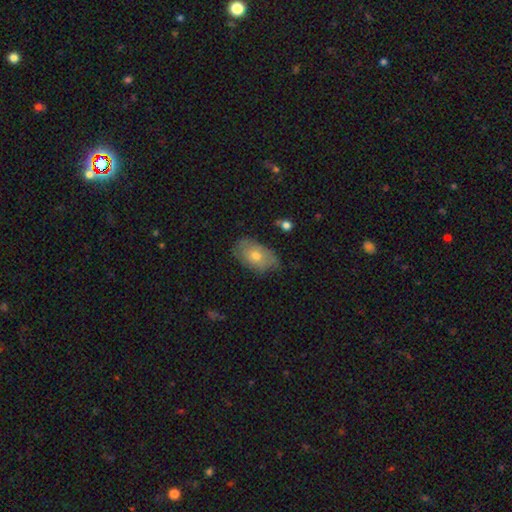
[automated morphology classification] Smooth or featured?
  - smooth: 64% *
  - featured or disk: 28%
  - star or artifact: 7%
How rounded?
  - in between: 90% *
  - round: 8%
  - cigar-shaped: 2%
Merging?
  - none: 64% *
  - minor disturbance: 28%
  - major disturbance: 6%
  - merger: 2%